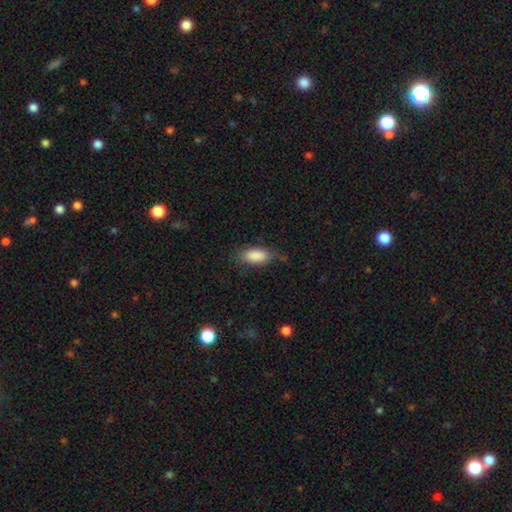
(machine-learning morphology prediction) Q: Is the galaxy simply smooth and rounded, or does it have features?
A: smooth — 86%.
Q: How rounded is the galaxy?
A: in between — 89%.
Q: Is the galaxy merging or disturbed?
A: none — 67%.